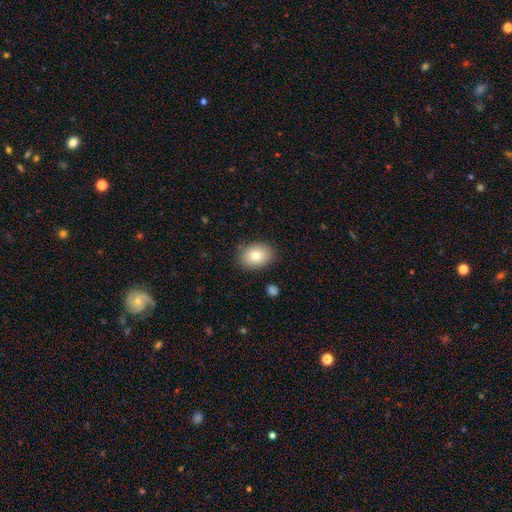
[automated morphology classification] This is clearly a smooth galaxy (80%). How rounded: likely in between (76%). Merging: clearly none (87%).